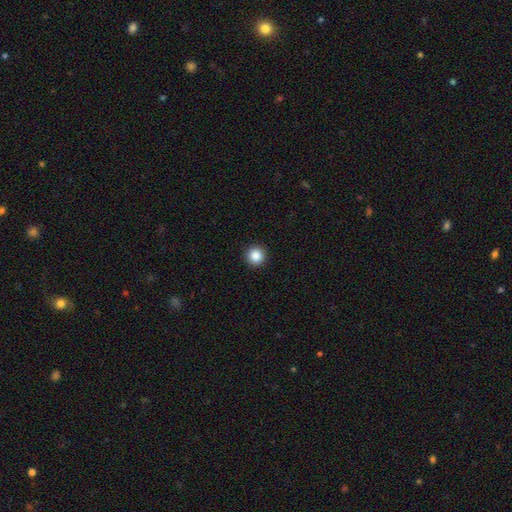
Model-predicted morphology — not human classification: This appears to be a smooth galaxy with no disk features (88%) that is round (96%). Merging: none (93%).